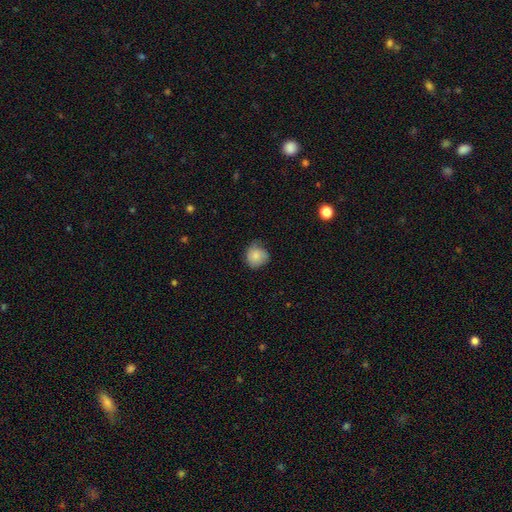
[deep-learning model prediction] Smooth or featured? smooth (79%)
How rounded? round (83%)
Merging? none (56%)